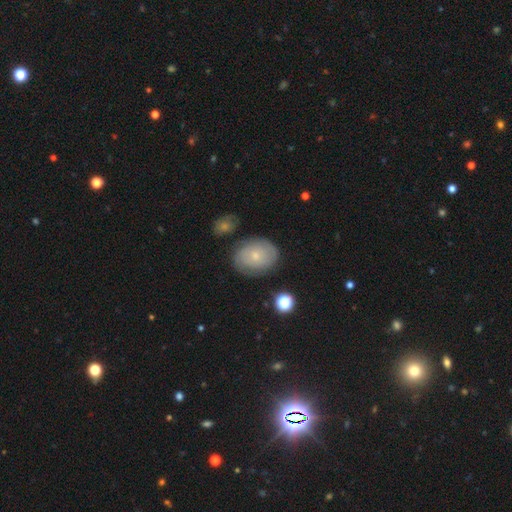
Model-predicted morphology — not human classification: This is possibly a smooth galaxy (52%). How rounded: possibly in between (56%). Merging: likely none (77%).